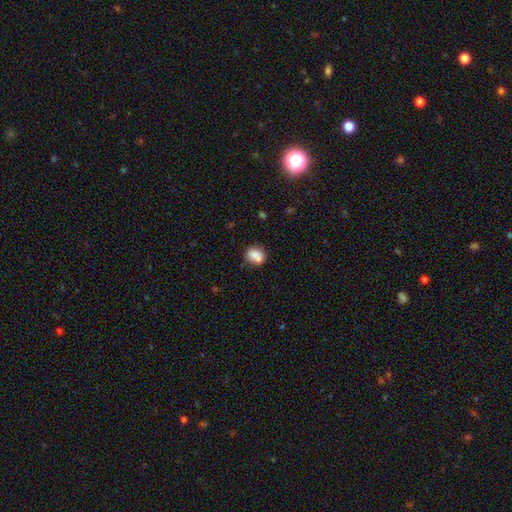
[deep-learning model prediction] A smooth galaxy with no disk features (74%) that is round (66%).

Vote fractions:
- Smooth or featured? smooth: 74% / featured or disk: 17% / star or artifact: 9%
- How rounded? round: 66% / in between: 33% / cigar-shaped: 1%
- Merging? none: 51% / merger: 32% / minor disturbance: 13% / major disturbance: 4%